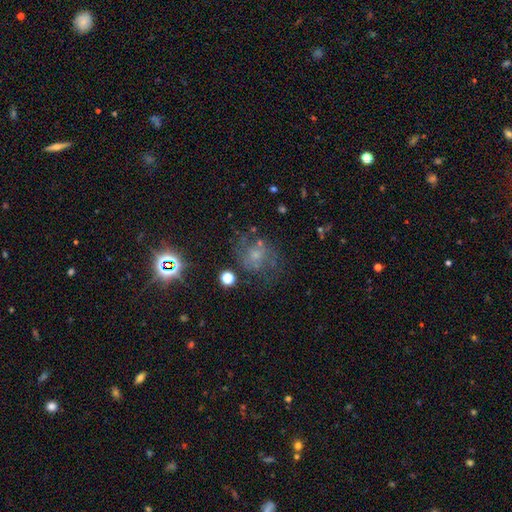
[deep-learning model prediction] smooth_or_featured: smooth (p=0.42) [alt: featured or disk p=0.34]
merging: none (p=0.54) [alt: minor disturbance p=0.21]